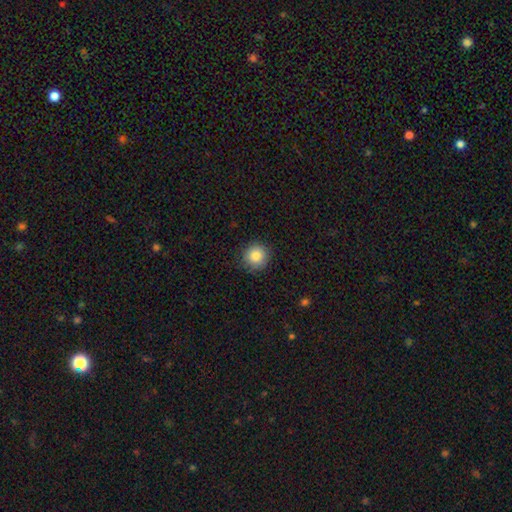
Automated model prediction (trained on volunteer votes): Q: Smooth or featured?
A: smooth (85%); runner-up: star or artifact (9%)
Q: How rounded?
A: round (94%); runner-up: in between (5%)
Q: Merging?
A: none (88%); runner-up: minor disturbance (9%)